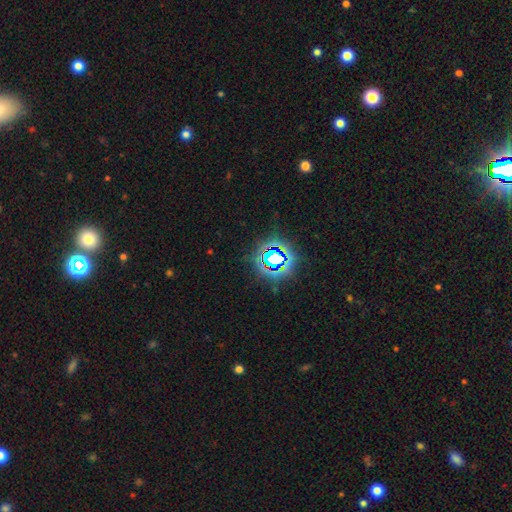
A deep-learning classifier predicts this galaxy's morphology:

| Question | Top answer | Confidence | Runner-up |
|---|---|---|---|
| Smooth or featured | star or artifact | 77% | smooth (15%) |